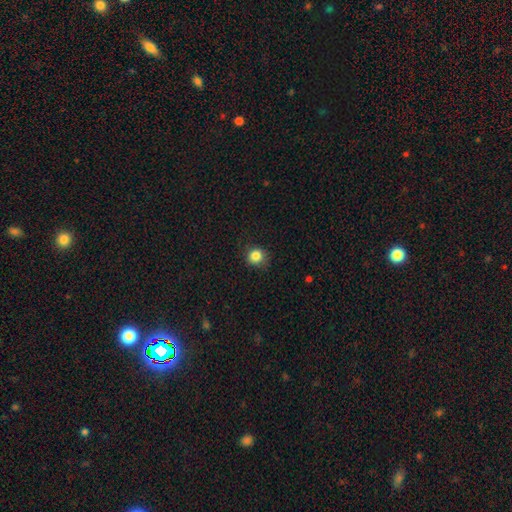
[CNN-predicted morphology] smooth_or_featured: smooth (p=0.85) [alt: star or artifact p=0.11]
how_rounded: round (p=0.90) [alt: in between p=0.09]
merging: none (p=0.85) [alt: minor disturbance p=0.11]